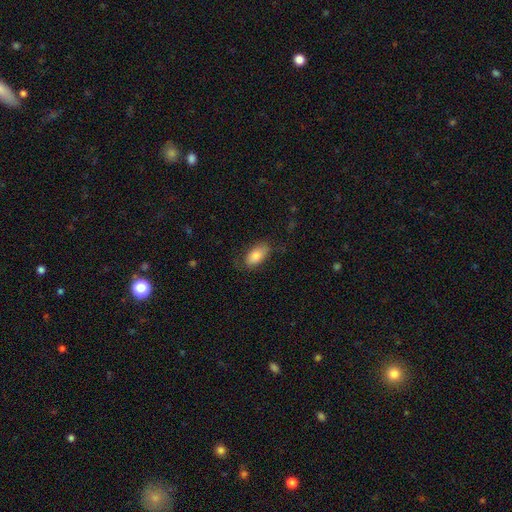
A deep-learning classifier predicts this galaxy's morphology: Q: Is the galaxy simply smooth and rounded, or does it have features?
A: smooth — 81%.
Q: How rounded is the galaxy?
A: in between — 92%.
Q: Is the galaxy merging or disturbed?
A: none — 72%.